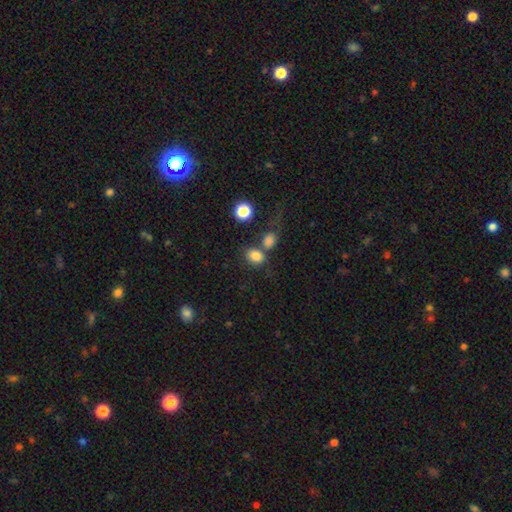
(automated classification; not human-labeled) Smooth or featured: smooth — 82% (star or artifact — 12%)
How rounded: in between — 62% (round — 36%)
Merging: none — 50% (merger — 31%)